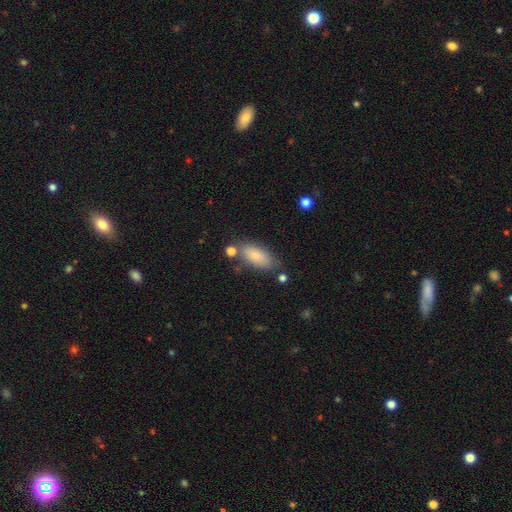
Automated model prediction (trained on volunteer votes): smooth-or-featured: smooth: 82% | featured or disk: 11% | star or artifact: 7%
  how-rounded: in between: 85% | cigar-shaped: 12% | round: 3%
  merging: none: 72% | minor disturbance: 16% | merger: 7% | major disturbance: 4%